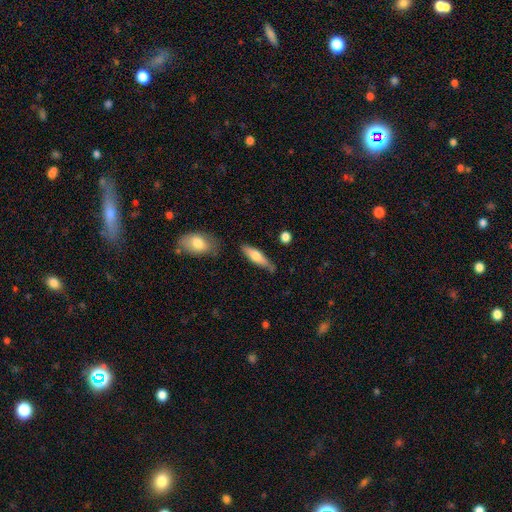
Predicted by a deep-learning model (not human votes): The model was most divided on "how rounded": cigar-shaped: 57%, in between: 41%, round: 2%. More confident: merging — none (69%); smooth or featured — smooth (63%).